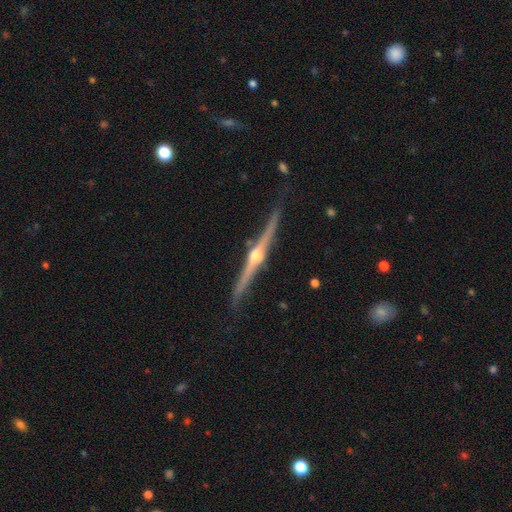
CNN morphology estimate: featured or disk 88%, smooth 7%, star or artifact 5%. Down the decision tree: edge-on disk — yes (98%); edge-on bulge — rounded (95%); merging — none (84%).